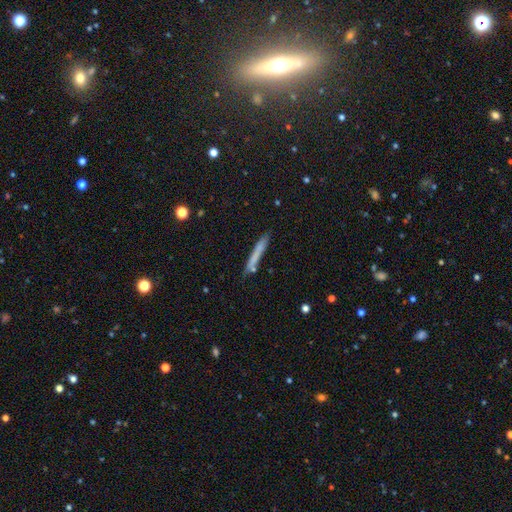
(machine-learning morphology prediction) Overall: smooth (67%). How rounded: cigar-shaped (96%). Merging: none (82%).